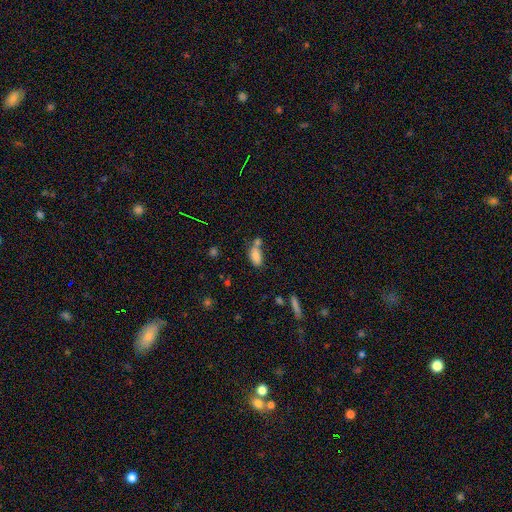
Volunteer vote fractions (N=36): Smooth or featured?
  - smooth: 75% *
  - featured or disk: 19%
  - star or artifact: 6%
How rounded?
  - in between: 85% *
  - cigar-shaped: 15%
  - round: 0%
Merging?
  - merger: 62% *
  - none: 32%
  - minor disturbance: 3%
  - major disturbance: 3%